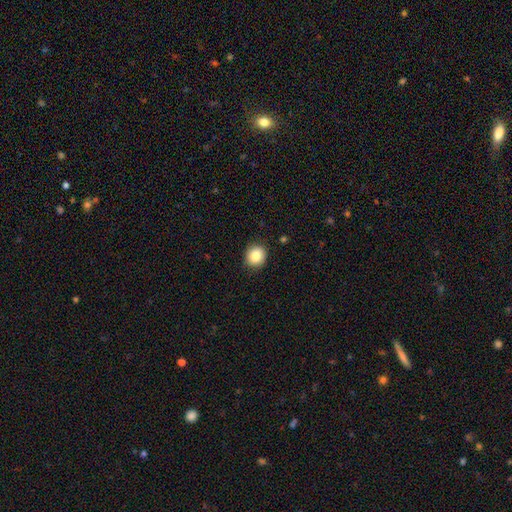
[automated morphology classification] type=smooth (85%); roundness=round (79%); merging=none (86%).